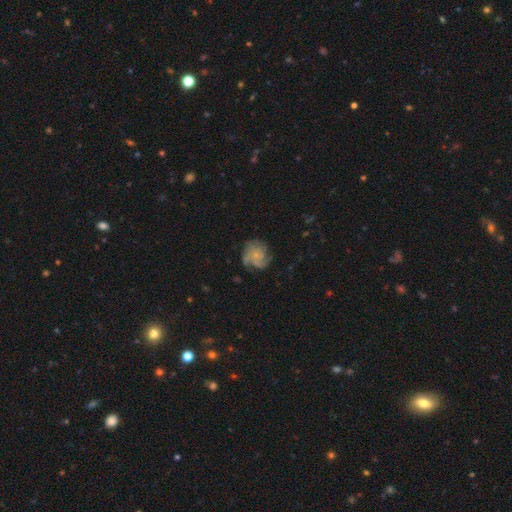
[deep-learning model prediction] featured or disk 67%, smooth 24%, star or artifact 9%. Down the decision tree: edge-on disk — no (98%); bar — no (82%); spiral arms — yes (90%); spiral arm count — 3 (30%); spiral winding — tight (43%); bulge size — small (71%); merging — none (64%).